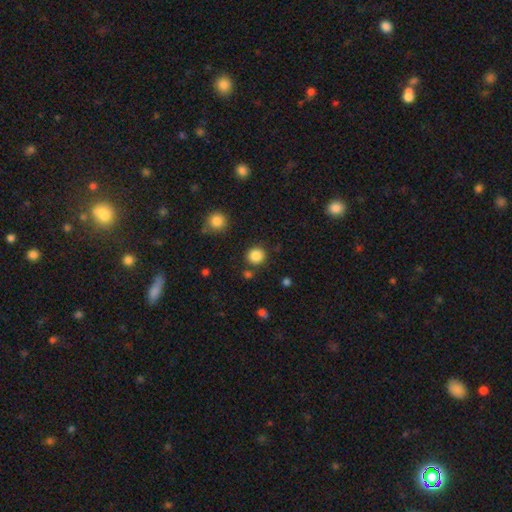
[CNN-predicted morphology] smooth 86%, star or artifact 10%, featured or disk 4%. Down the decision tree: how rounded — round (91%); merging — none (85%).